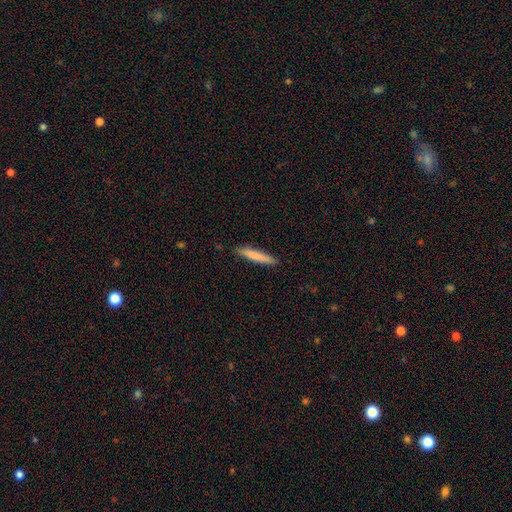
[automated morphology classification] Smooth or featured? smooth (80%)
How rounded? cigar-shaped (93%)
Merging? none (90%)